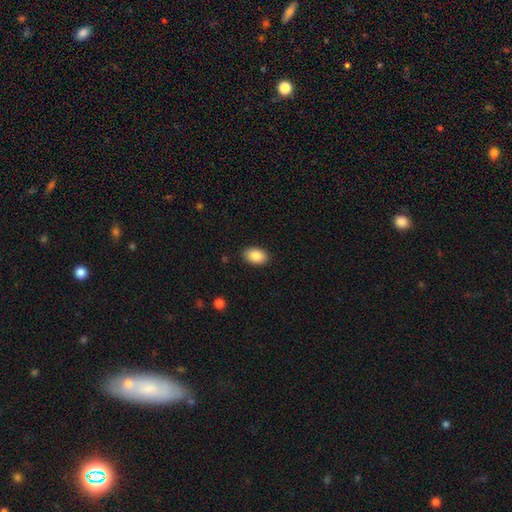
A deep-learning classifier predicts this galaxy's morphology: This is clearly a smooth galaxy (87%). How rounded: clearly in between (88%). Merging: clearly none (89%).